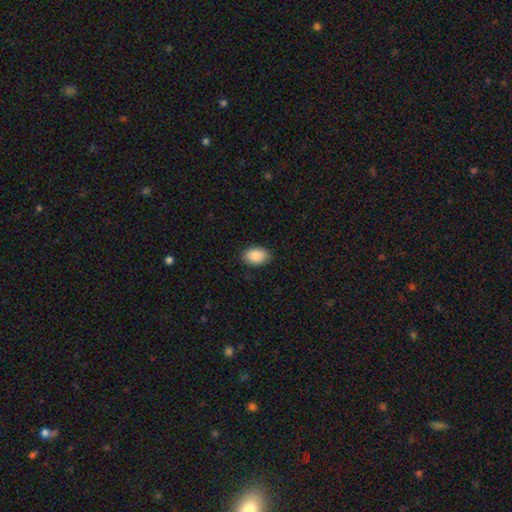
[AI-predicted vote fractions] Smooth or featured: smooth — 90% (star or artifact — 7%)
How rounded: in between — 87% (round — 12%)
Merging: none — 87% (minor disturbance — 10%)